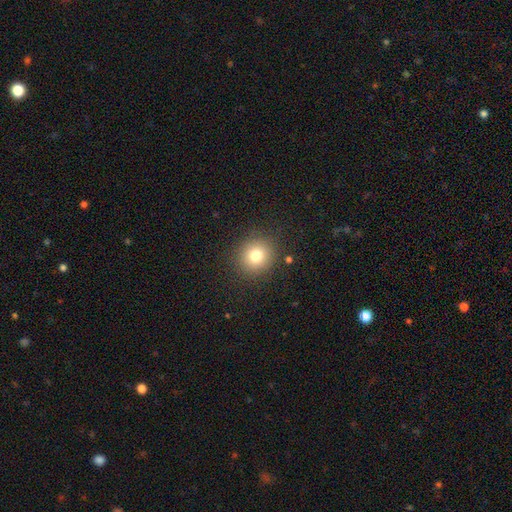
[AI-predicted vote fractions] Smooth or featured? Predicted: smooth (p=0.78). How rounded? Predicted: round (p=0.88). Merging? Predicted: none (p=0.88).